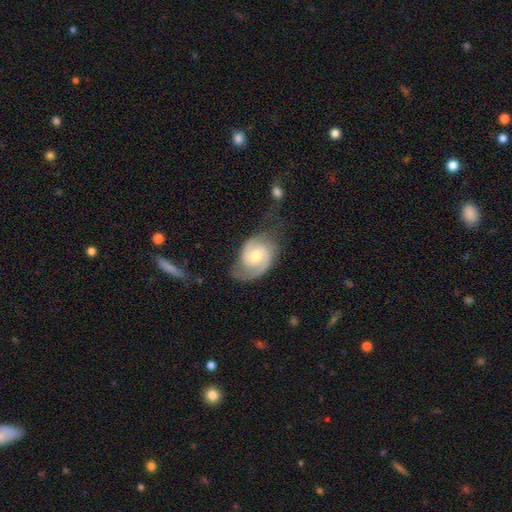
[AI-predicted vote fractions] This appears to be a featured or disk galaxy (83%) with no bar (62%), 2 (83%) medium (44%) spiral arms (96%) and a moderate central bulge (65%). Merging: none (55%).